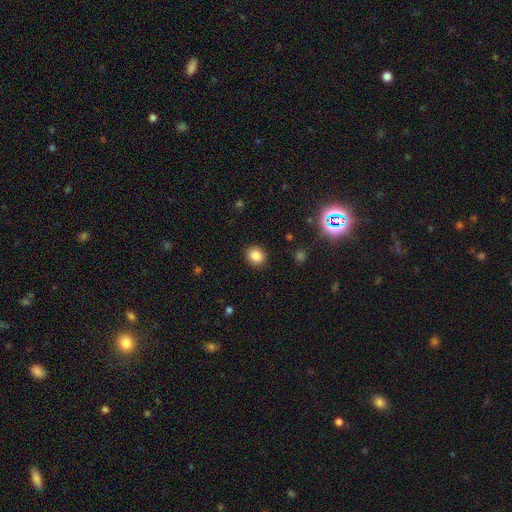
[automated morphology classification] Smooth or featured?
  - smooth: 85% *
  - star or artifact: 11%
  - featured or disk: 4%
How rounded?
  - round: 78% *
  - in between: 21%
  - cigar-shaped: 1%
Merging?
  - none: 90% *
  - minor disturbance: 7%
  - major disturbance: 2%
  - merger: 1%